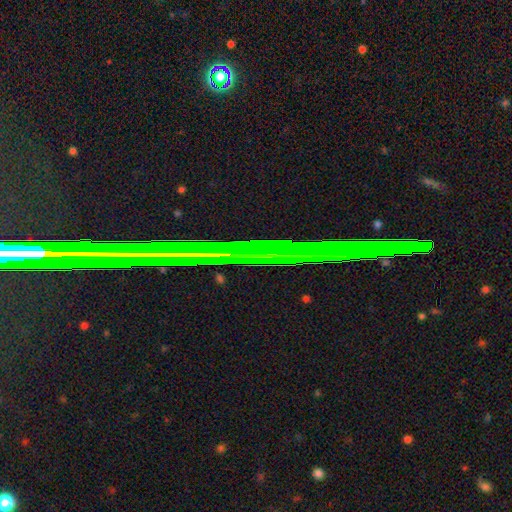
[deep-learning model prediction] Q: Smooth or featured?
A: star or artifact (74%); runner-up: featured or disk (17%)